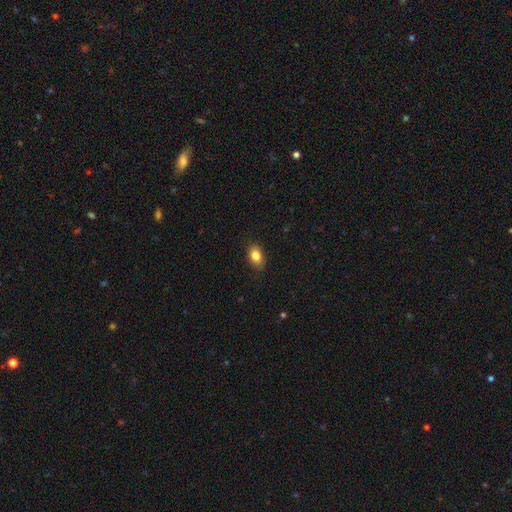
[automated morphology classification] Smooth or featured: smooth — 83% (star or artifact — 9%)
How rounded: in between — 83% (round — 16%)
Merging: none — 85% (minor disturbance — 11%)